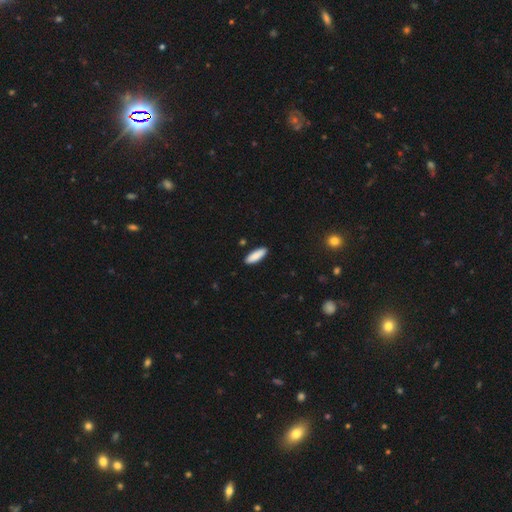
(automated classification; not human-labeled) Overall: smooth (89%). How rounded: in between (53%; cigar-shaped 45%). Merging: none (89%).